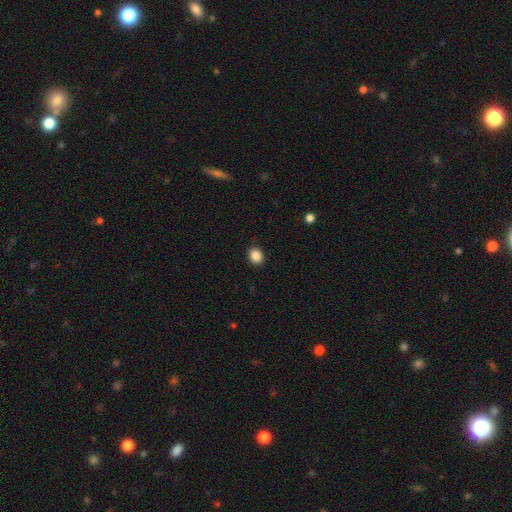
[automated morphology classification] The model was most divided on "how rounded": round: 56%, in between: 43%, cigar-shaped: 1%. More confident: merging — none (90%); smooth or featured — smooth (88%).